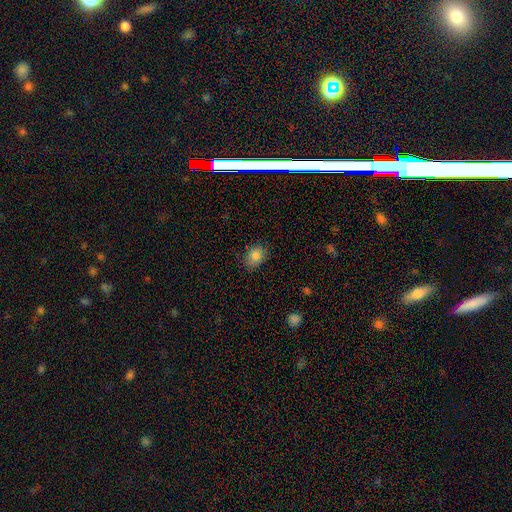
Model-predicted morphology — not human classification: A smooth galaxy with no disk features (84%) that is in between round and cigar-shaped (59%).

Vote fractions:
- Smooth or featured? smooth: 84% / star or artifact: 9% / featured or disk: 7%
- How rounded? in between: 59% / round: 40% / cigar-shaped: 1%
- Merging? none: 80% / minor disturbance: 16% / major disturbance: 3% / merger: 1%